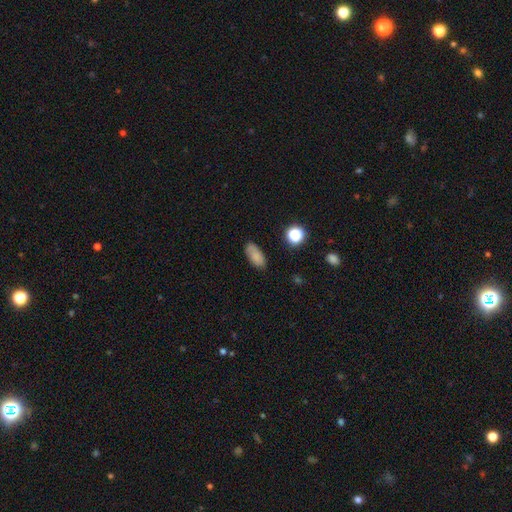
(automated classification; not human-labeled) A smooth galaxy with no disk features (77%) that is in between round and cigar-shaped (89%). Merging: none (77%).